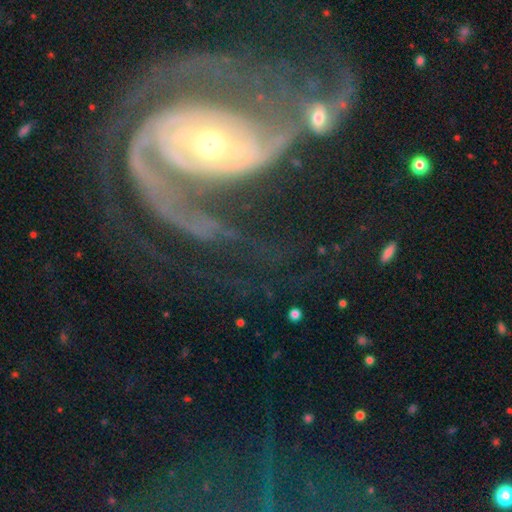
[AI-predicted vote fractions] Smooth or featured?
  - featured or disk: 86% *
  - star or artifact: 8%
  - smooth: 6%
Edge-on disk?
  - no: 96% *
  - yes: 4%
Bar?
  - strong: 36% *
  - weak: 32%
  - no: 32%
Spiral arms?
  - yes: 95% *
  - no: 5%
Spiral winding?
  - medium: 42% *
  - tight: 38%
  - loose: 20%
Spiral arm count?
  - 2: 60% *
  - can't tell: 13%
  - 3: 10%
  - 1: 7%
  - 4: 6%
  - more than 4: 5%
Bulge size?
  - small: 57% *
  - moderate: 36%
  - large: 3%
  - dominant: 1%
  - none: 1%
Merging?
  - none: 43% *
  - major disturbance: 30%
  - minor disturbance: 16%
  - merger: 11%